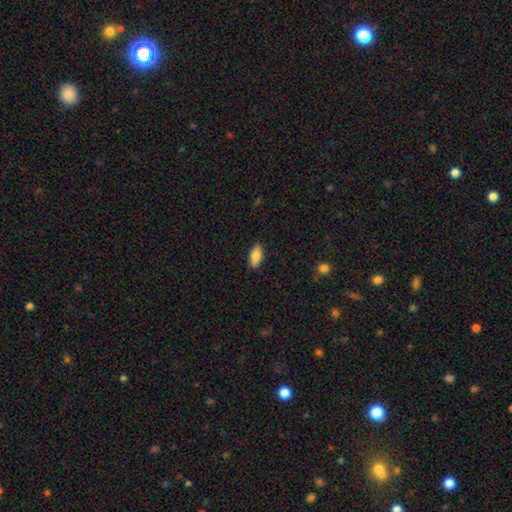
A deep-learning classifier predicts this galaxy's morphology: Overall: smooth (83%). How rounded: in between (85%). Merging: none (87%).